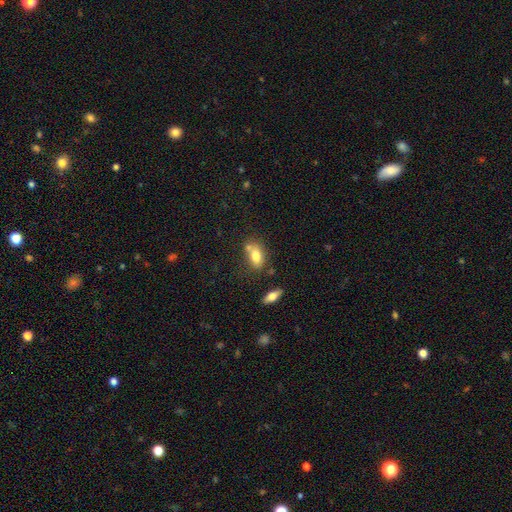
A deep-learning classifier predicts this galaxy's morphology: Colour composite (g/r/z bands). It shows a smooth galaxy with no disk features (76%) that is in between round and cigar-shaped (84%). Merging: none (55%).